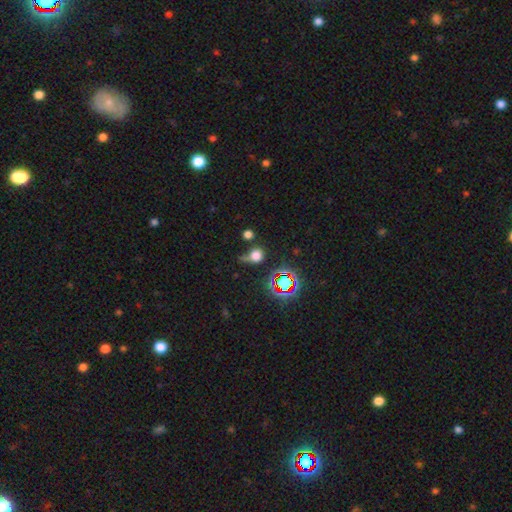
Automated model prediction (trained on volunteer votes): Smooth or featured: smooth — 64% (star or artifact — 25%)
How rounded: round — 80% (in between — 18%)
Merging: none — 49% (minor disturbance — 23%)